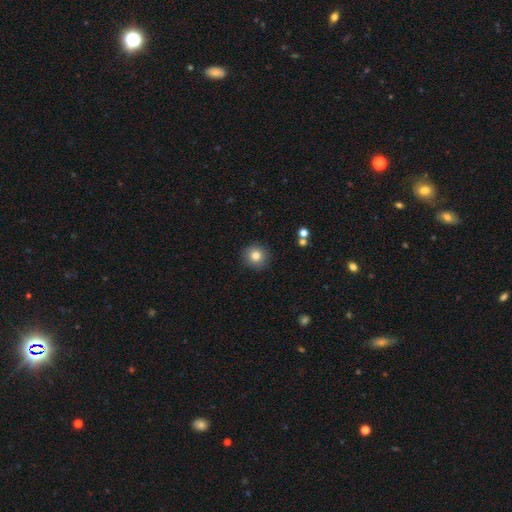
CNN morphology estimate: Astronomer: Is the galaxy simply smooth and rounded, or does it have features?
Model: smooth — 82%.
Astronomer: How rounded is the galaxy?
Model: round — 94%.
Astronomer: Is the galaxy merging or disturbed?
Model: none — 91%.